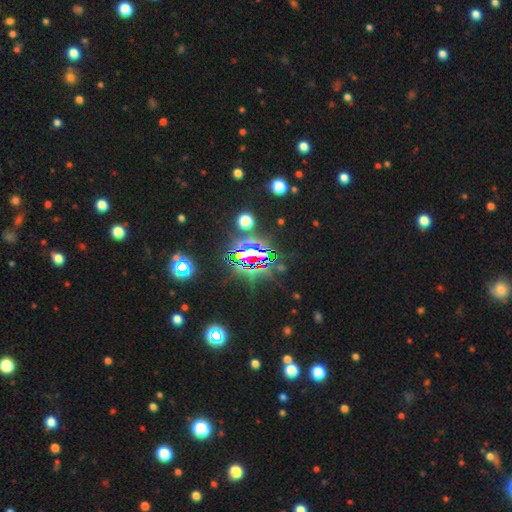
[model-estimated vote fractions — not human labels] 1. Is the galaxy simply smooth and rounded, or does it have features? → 79% star or artifact, 11% smooth, 9% featured or disk.